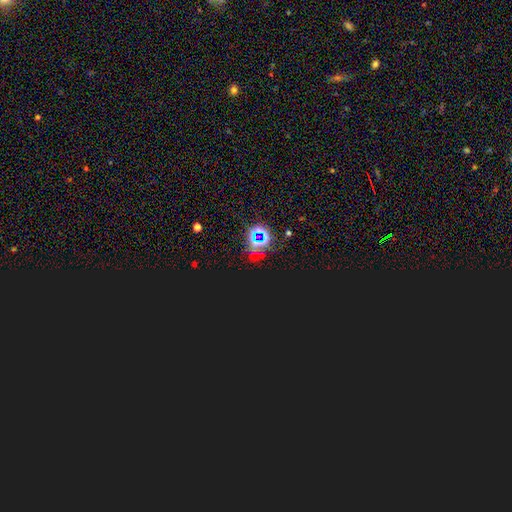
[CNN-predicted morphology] This appears to be a star or artifact, not a galaxy (79%).